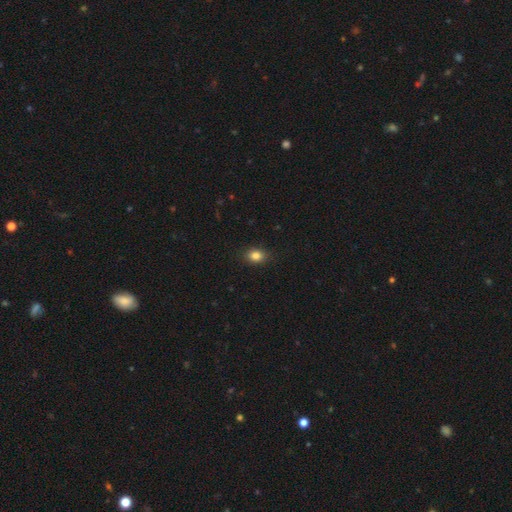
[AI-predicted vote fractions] A smooth galaxy with no disk features (84%) that is in between round and cigar-shaped (62%). Merging: none (88%).